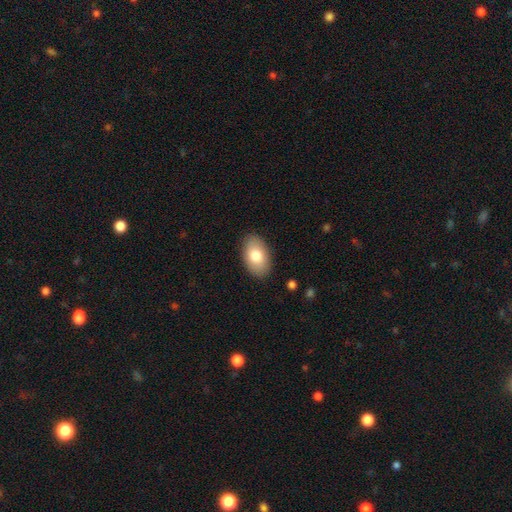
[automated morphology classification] Smooth or featured? smooth (79%)
How rounded? in between (93%)
Merging? none (87%)